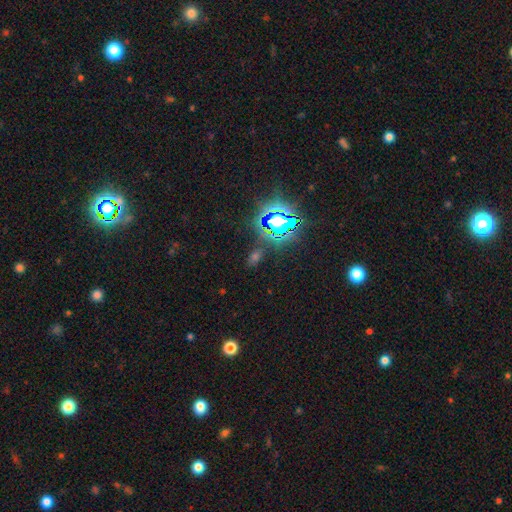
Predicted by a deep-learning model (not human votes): Smooth or featured? Predicted: star or artifact (p=0.60).